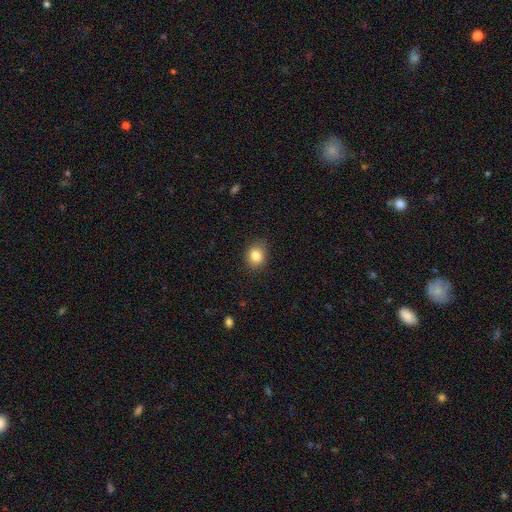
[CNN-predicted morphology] type=smooth (83%); roundness=round (67%); merging=none (82%).